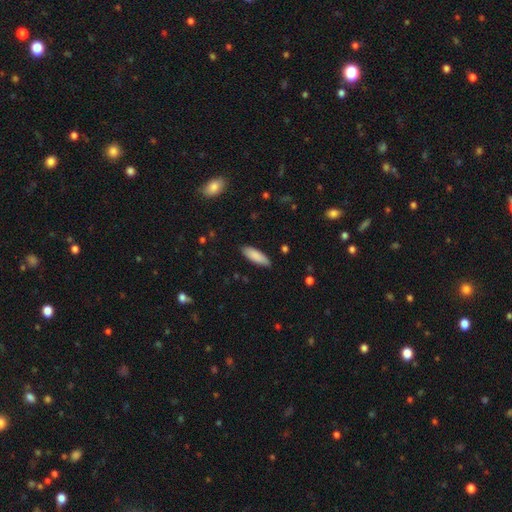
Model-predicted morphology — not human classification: type=smooth (87%); roundness=in between (60%); merging=none (86%).